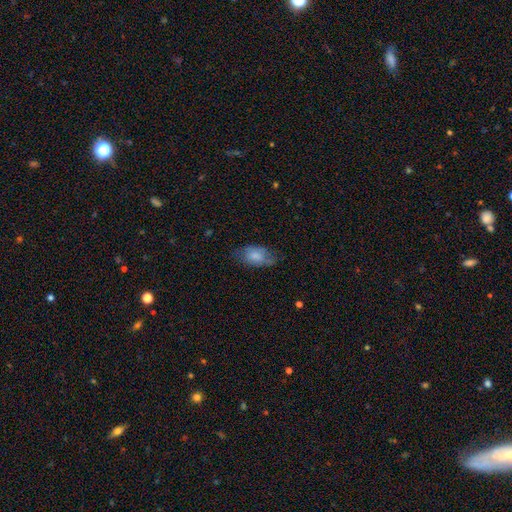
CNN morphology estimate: A smooth galaxy with no disk features (73%) that is in between round and cigar-shaped (92%).

Vote fractions:
- Smooth or featured? smooth: 73% / featured or disk: 19% / star or artifact: 7%
- How rounded? in between: 92% / round: 6% / cigar-shaped: 3%
- Merging? none: 59% / minor disturbance: 28% / major disturbance: 11% / merger: 2%